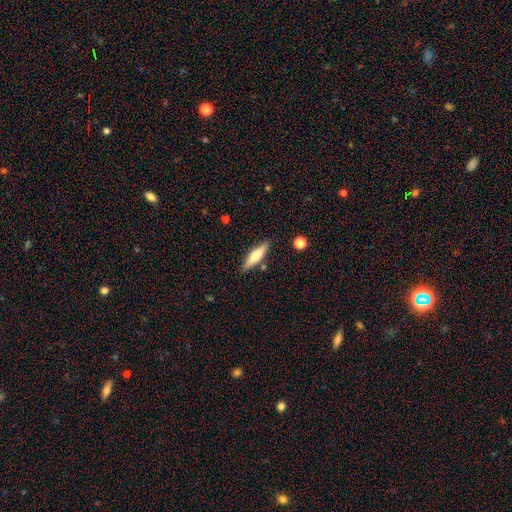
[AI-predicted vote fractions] Q: Smooth or featured?
A: smooth (54%); runner-up: featured or disk (40%)
Q: How rounded?
A: cigar-shaped (67%); runner-up: in between (31%)
Q: Merging?
A: none (84%); runner-up: minor disturbance (10%)